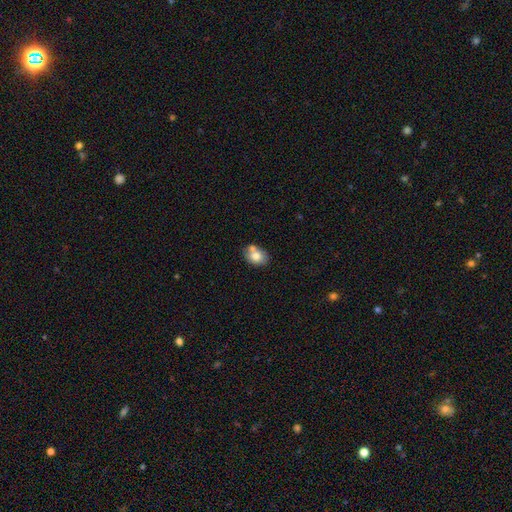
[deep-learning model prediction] Smooth or featured? smooth (75%)
How rounded? in between (65%)
Merging? none (55%)